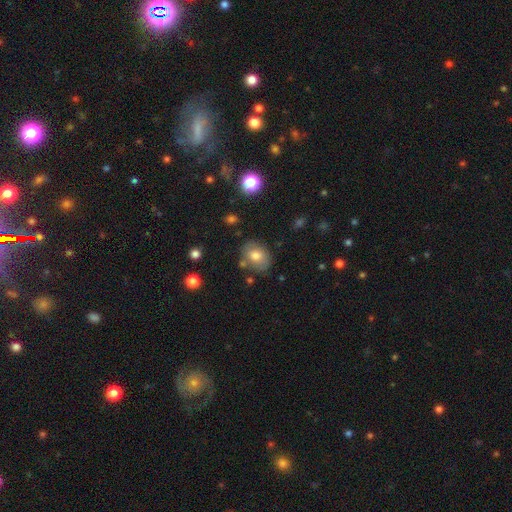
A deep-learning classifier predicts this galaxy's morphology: The model was most divided on "how rounded": in between: 54%, round: 45%, cigar-shaped: 1%. More confident: merging — none (72%); smooth or featured — smooth (71%).